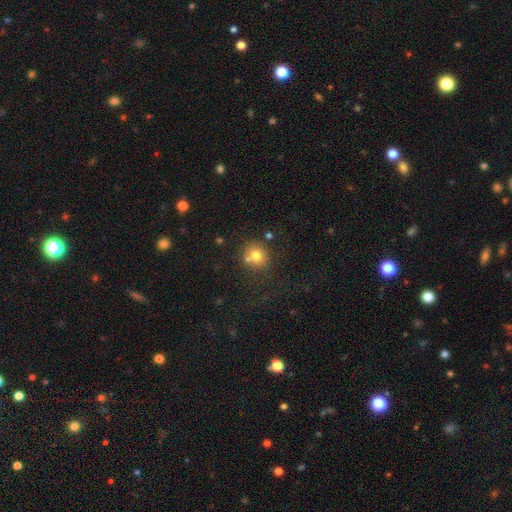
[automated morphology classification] Smooth or featured? Predicted: smooth (p=0.75). How rounded? Predicted: round (p=0.84). Merging? Predicted: none (p=0.63).